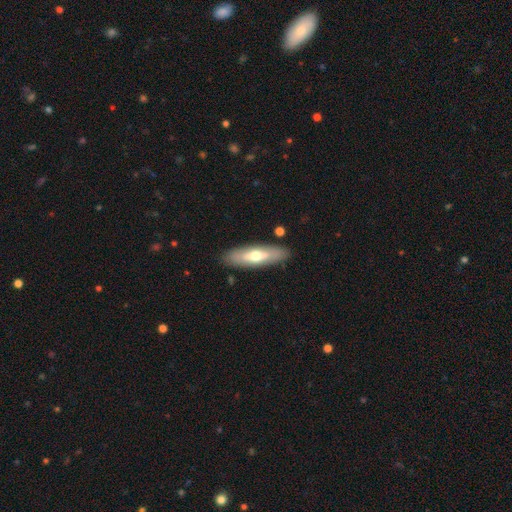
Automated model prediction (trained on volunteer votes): Smooth or featured? Predicted: smooth (p=0.51). How rounded? Predicted: cigar-shaped (p=0.51). Merging? Predicted: none (p=0.85).